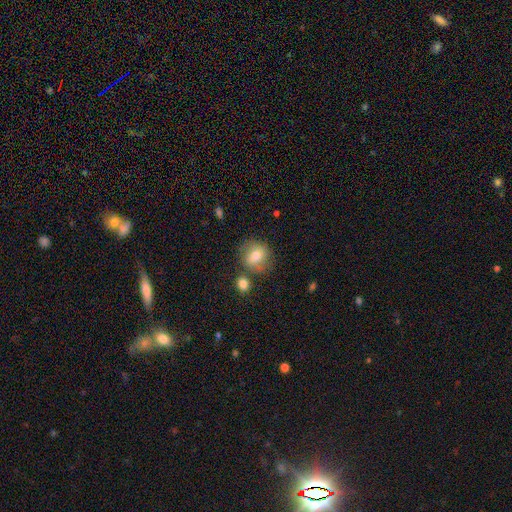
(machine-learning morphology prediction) This appears to be a smooth galaxy with no disk features (68%) that is round (77%). Merging: none (70%).